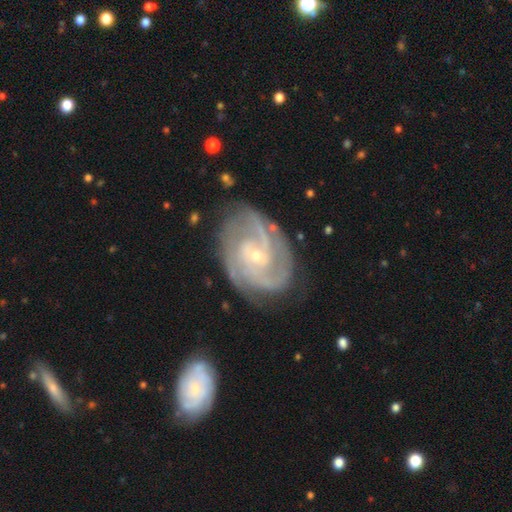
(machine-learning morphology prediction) type=featured or disk (90%); edge-on=no (97%); bar=no (58%); spiral arms=yes (97%); winding=tight (51%); arm count=2 (44%); bulge=small (75%); merging=none (74%).